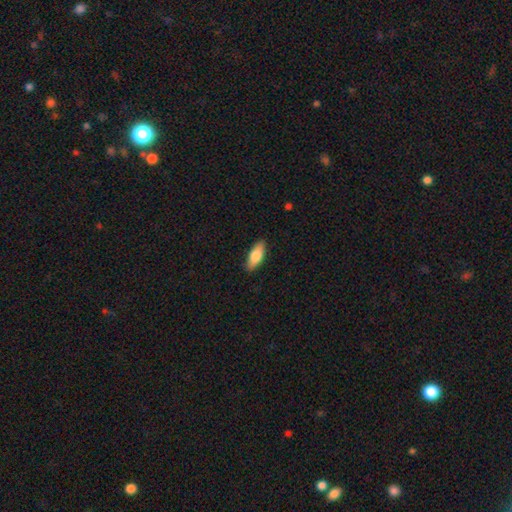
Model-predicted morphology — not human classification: A smooth galaxy with no disk features (78%) that is in between round and cigar-shaped (74%). Merging: none (88%).